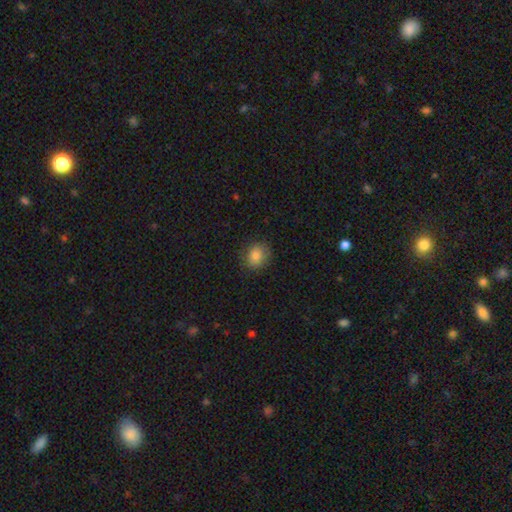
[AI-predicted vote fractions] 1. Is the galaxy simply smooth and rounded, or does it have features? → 83% smooth, 10% star or artifact, 7% featured or disk.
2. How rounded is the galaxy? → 72% round, 27% in between, 1% cigar-shaped.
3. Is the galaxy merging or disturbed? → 84% none, 12% minor disturbance, 3% major disturbance, 1% merger.